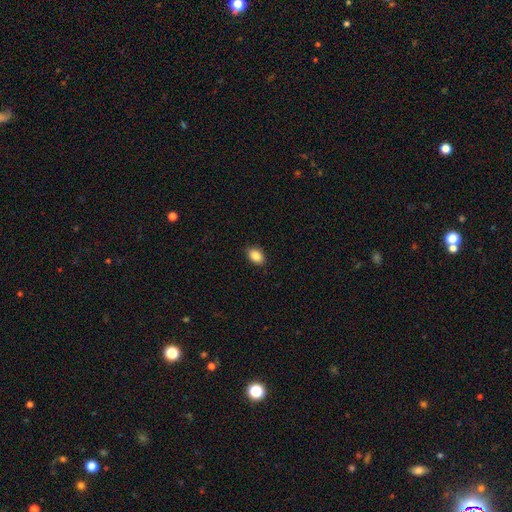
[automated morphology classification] Smooth or featured? smooth (88%)
How rounded? in between (84%)
Merging? none (89%)